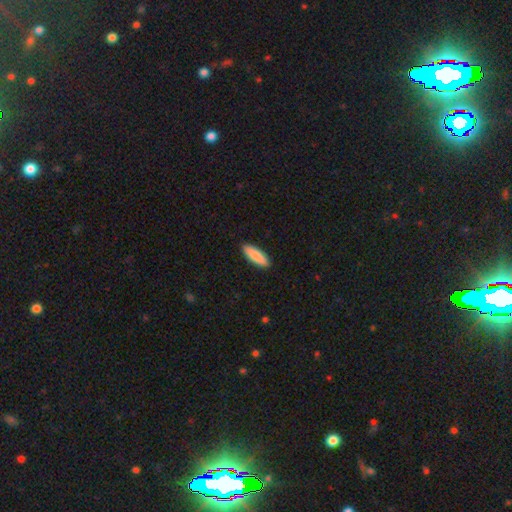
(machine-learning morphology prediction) Smooth or featured: smooth — 87% (featured or disk — 8%)
How rounded: in between — 53% (cigar-shaped — 46%)
Merging: none — 91% (minor disturbance — 7%)